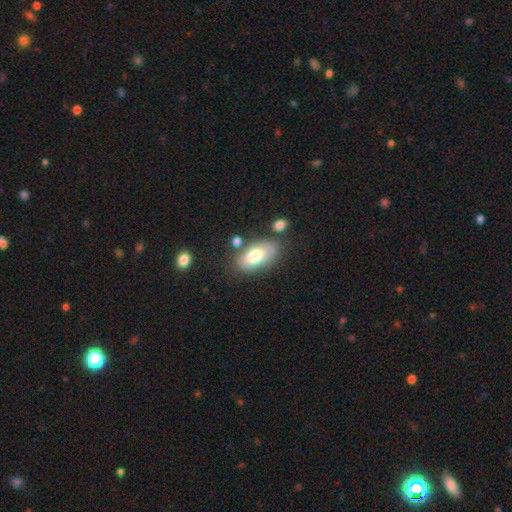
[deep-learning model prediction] This appears to be a smooth galaxy with no disk features (73%) that is in between round and cigar-shaped (93%). Merging: none (70%).